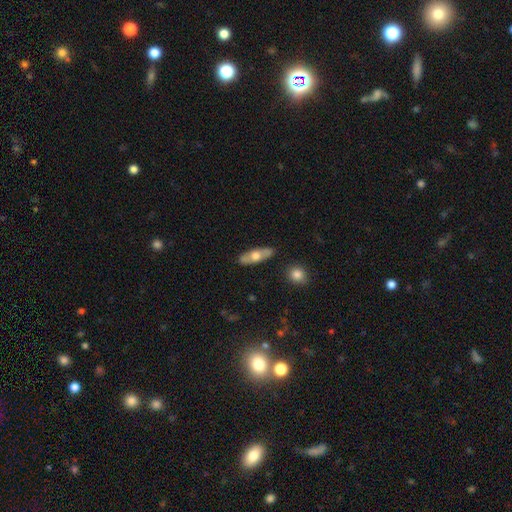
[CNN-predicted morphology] A smooth galaxy with no disk features (55%) that is in between round and cigar-shaped (60%). Merging: none (82%).